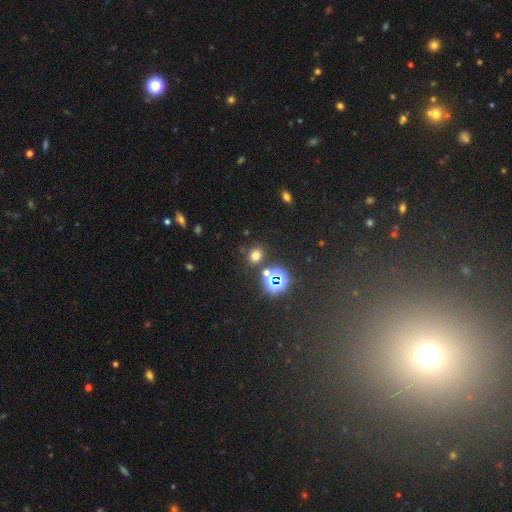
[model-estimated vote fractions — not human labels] Smooth or featured?
  - smooth: 65% *
  - star or artifact: 27%
  - featured or disk: 7%
How rounded?
  - round: 57% *
  - in between: 42%
  - cigar-shaped: 1%
Merging?
  - none: 79% *
  - minor disturbance: 9%
  - merger: 8%
  - major disturbance: 4%